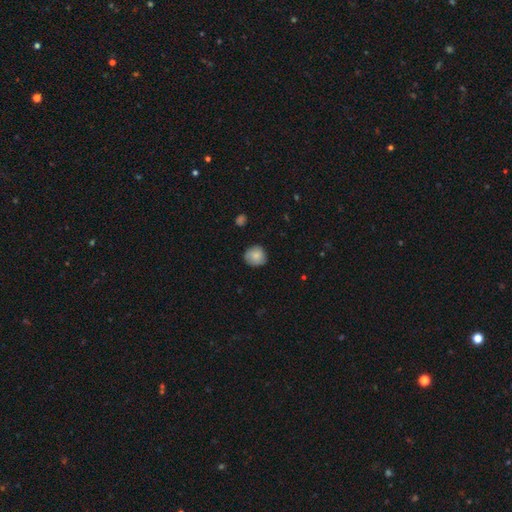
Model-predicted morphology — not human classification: smooth 79%, featured or disk 14%, star or artifact 7%. Down the decision tree: how rounded — round (88%); merging — none (82%).